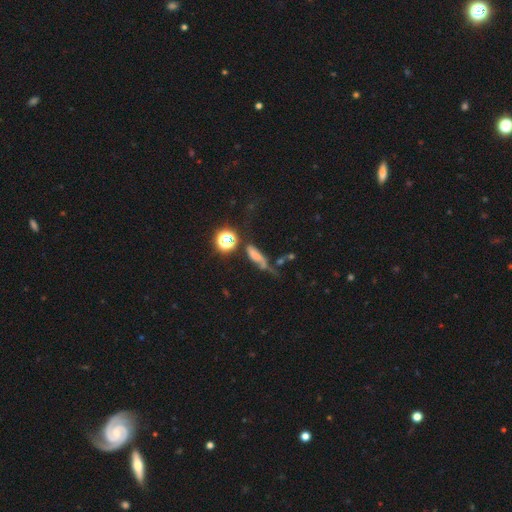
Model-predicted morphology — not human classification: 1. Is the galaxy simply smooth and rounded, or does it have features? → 50% smooth, 26% featured or disk, 25% star or artifact.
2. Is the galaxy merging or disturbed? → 33% none, 28% major disturbance, 21% minor disturbance, 19% merger.